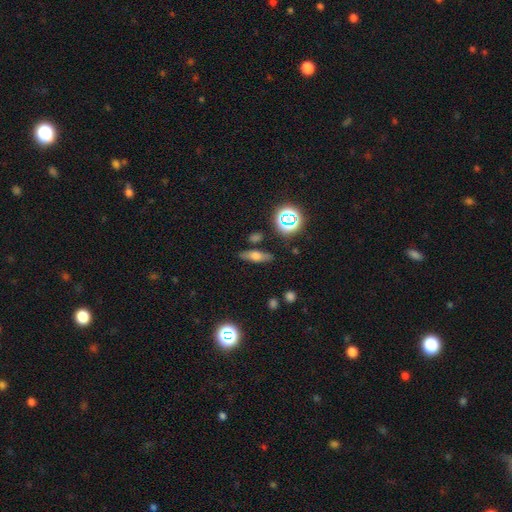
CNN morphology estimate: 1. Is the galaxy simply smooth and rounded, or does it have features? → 54% smooth, 31% featured or disk, 15% star or artifact.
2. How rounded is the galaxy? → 46% cigar-shaped (tied), 46% in between (tied), 8% round.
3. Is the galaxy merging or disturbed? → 82% none, 11% minor disturbance, 4% merger, 3% major disturbance.